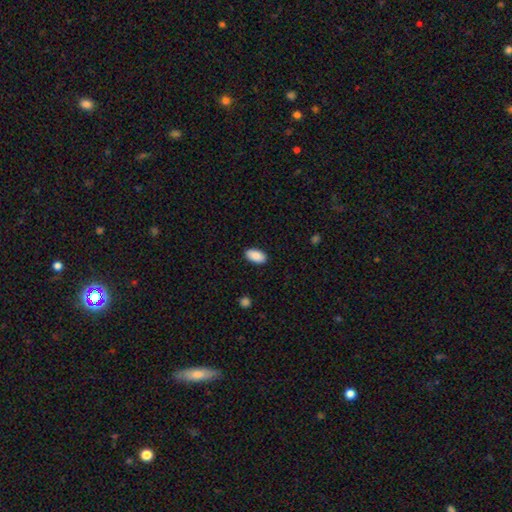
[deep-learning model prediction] smooth 89%, star or artifact 7%, featured or disk 4%. Down the decision tree: how rounded — in between (95%); merging — none (89%).